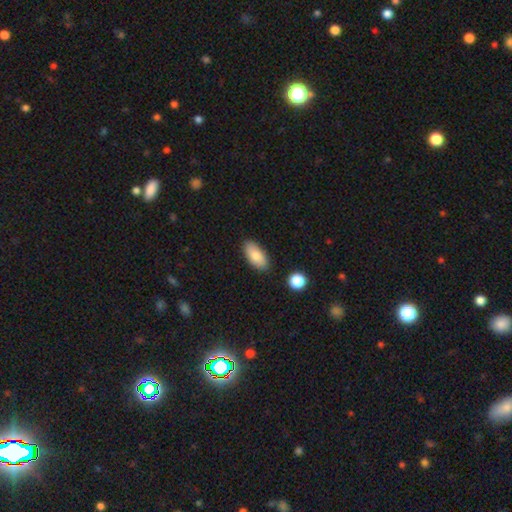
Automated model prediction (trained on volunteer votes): The model was most divided on "smooth or featured": smooth: 82%, featured or disk: 11%, star or artifact: 7%. More confident: how rounded — in between (89%); merging — none (86%).